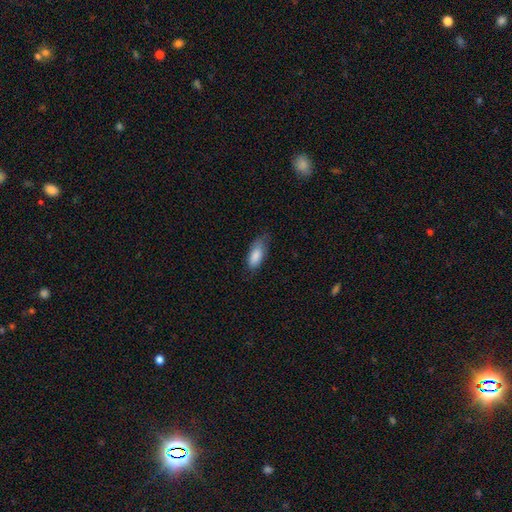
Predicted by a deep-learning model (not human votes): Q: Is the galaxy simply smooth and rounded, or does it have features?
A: smooth — 86%.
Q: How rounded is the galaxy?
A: in between — 82%.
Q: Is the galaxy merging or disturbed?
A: none — 58%.